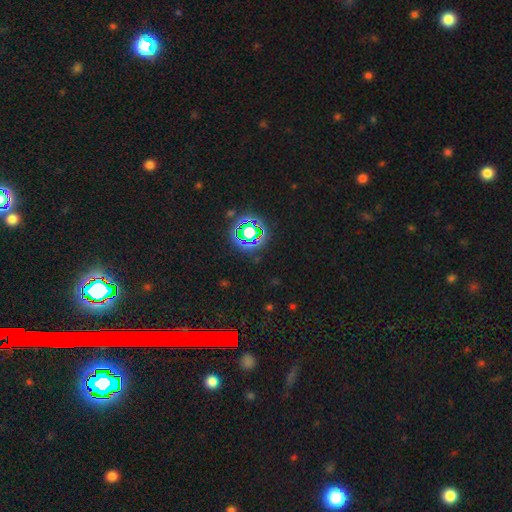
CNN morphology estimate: smooth_or_featured: star or artifact (p=0.76) [alt: smooth p=0.14]